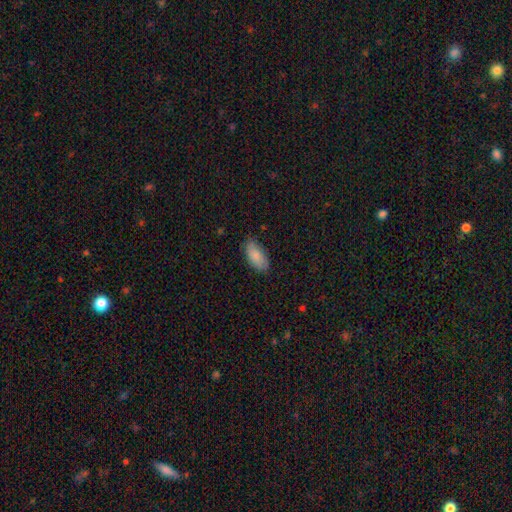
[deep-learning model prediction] This is clearly a smooth galaxy (84%). How rounded: clearly in between (93%). Merging: likely none (79%).